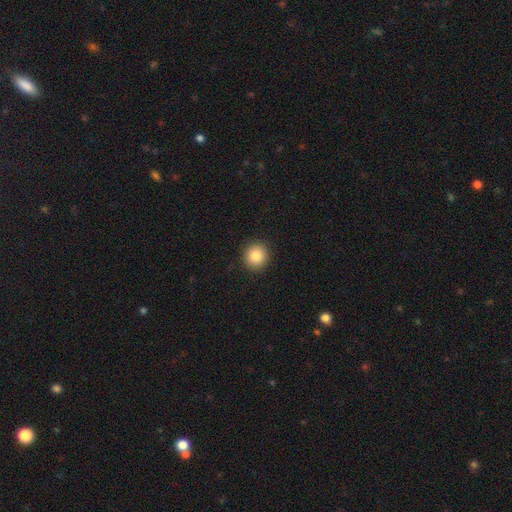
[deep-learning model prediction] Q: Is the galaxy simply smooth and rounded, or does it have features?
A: smooth — 86%.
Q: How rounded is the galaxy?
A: round — 92%.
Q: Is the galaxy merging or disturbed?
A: none — 92%.